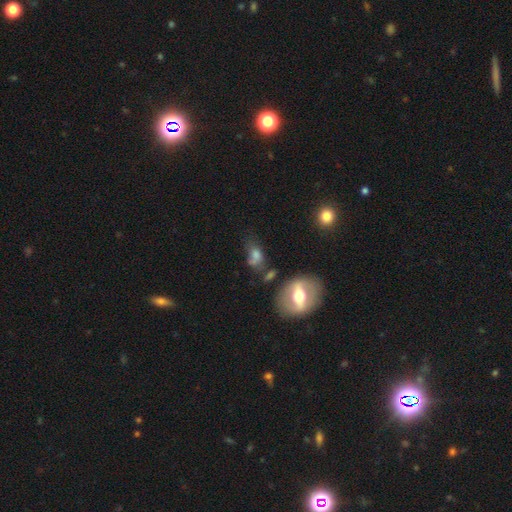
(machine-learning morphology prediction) Overall: smooth (58%; featured or disk 28%). How rounded: in between (69%). Merging: none (39%; minor disturbance 24%).